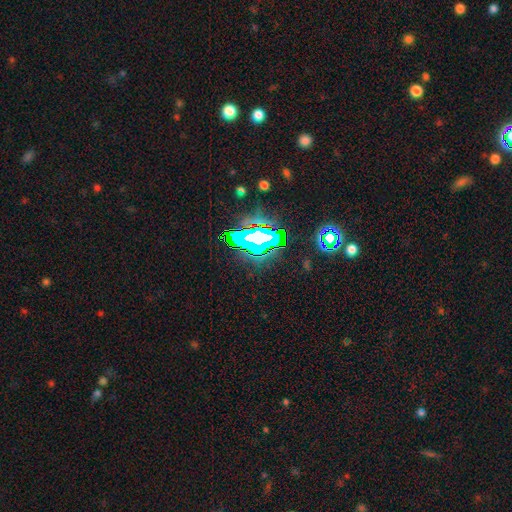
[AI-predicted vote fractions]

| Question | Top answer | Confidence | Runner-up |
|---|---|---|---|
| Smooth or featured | star or artifact | 77% | smooth (14%) |